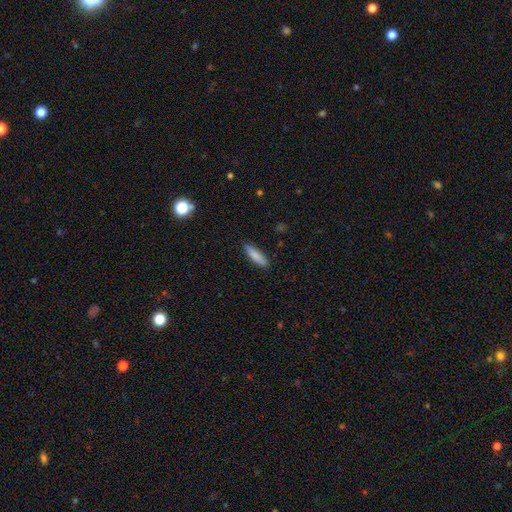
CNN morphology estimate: The model was most divided on "how rounded": cigar-shaped: 63%, in between: 35%, round: 2%. More confident: merging — none (86%); smooth or featured — smooth (84%).